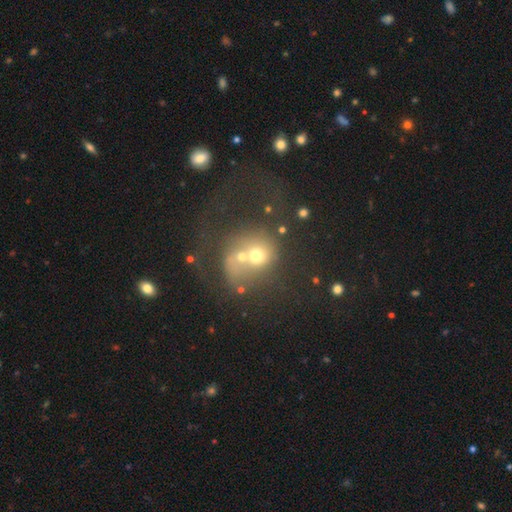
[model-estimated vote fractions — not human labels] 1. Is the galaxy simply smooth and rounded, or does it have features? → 49% smooth, 31% featured or disk, 19% star or artifact.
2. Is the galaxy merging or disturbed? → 55% merger, 21% none, 16% major disturbance, 8% minor disturbance.